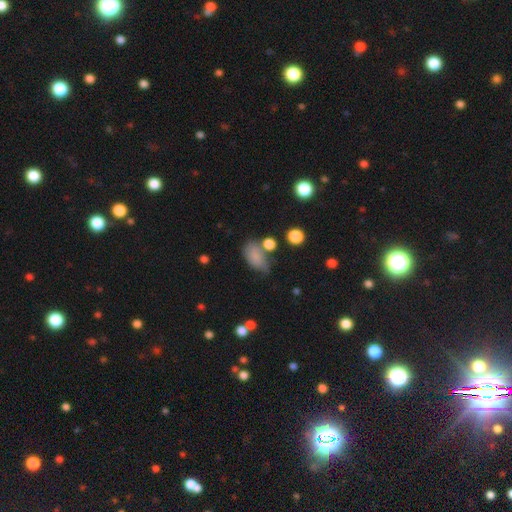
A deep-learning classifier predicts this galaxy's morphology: This appears to be a smooth galaxy with no disk features (78%) that is in between round and cigar-shaped (89%). Merging: none (42%).